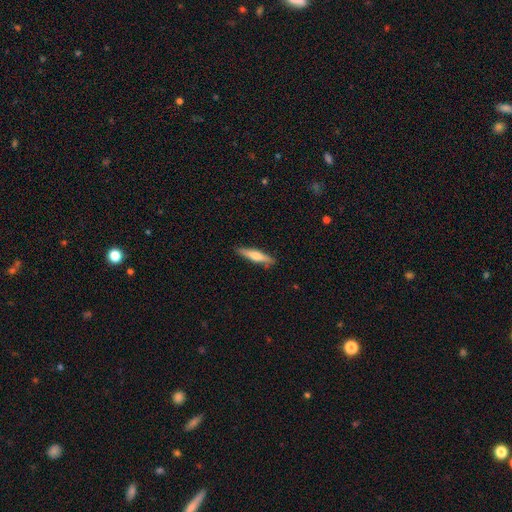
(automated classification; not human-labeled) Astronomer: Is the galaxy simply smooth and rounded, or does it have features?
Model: smooth — 52% (runner-up: featured or disk, 43%).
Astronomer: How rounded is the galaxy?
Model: cigar-shaped — 84%.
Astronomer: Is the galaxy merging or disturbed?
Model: none — 88%.